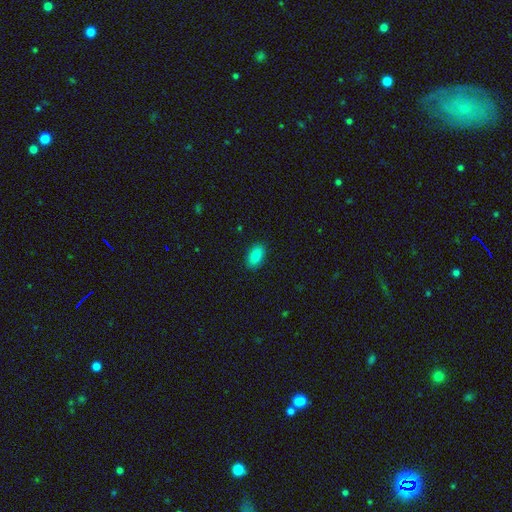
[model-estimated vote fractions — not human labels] Q: Smooth or featured?
A: smooth (85%); runner-up: star or artifact (8%)
Q: How rounded?
A: in between (92%); runner-up: round (4%)
Q: Merging?
A: none (89%); runner-up: minor disturbance (8%)